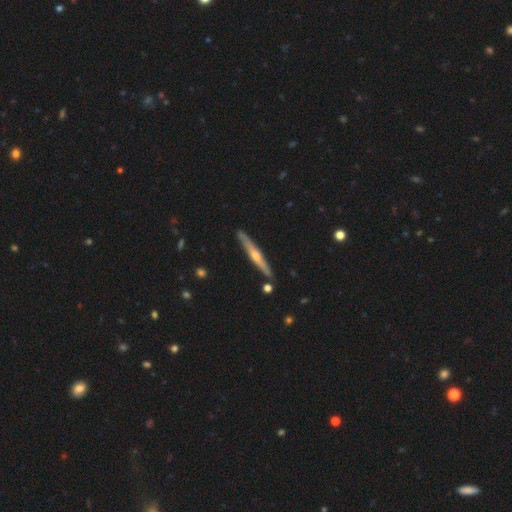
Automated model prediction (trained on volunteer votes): Q: Smooth or featured?
A: featured or disk (72%); runner-up: smooth (23%)
Q: Edge-on disk?
A: yes (97%); runner-up: no (3%)
Q: Edge-on bulge?
A: rounded (85%); runner-up: none (12%)
Q: Merging?
A: none (88%); runner-up: minor disturbance (8%)